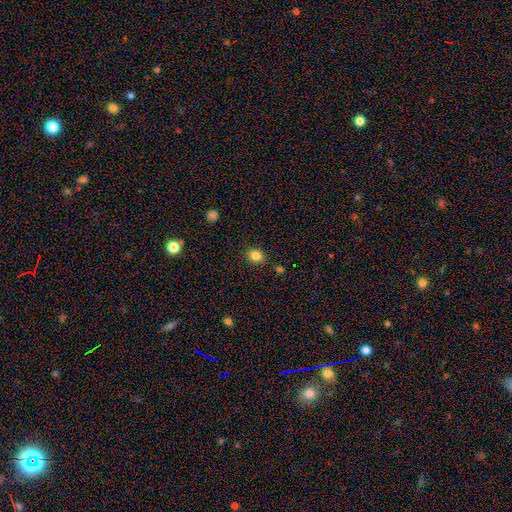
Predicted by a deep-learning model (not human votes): A smooth galaxy with no disk features (83%) that is round (73%). Merging: none (87%).